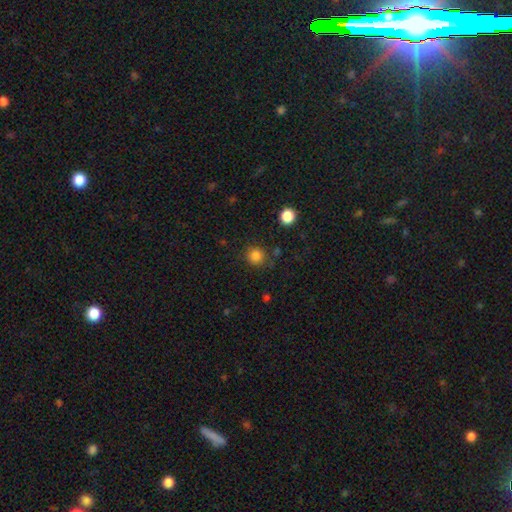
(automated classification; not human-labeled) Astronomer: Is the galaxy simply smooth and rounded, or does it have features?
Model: smooth — 84%.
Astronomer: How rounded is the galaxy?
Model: round — 90%.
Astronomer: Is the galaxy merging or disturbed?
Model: none — 83%.